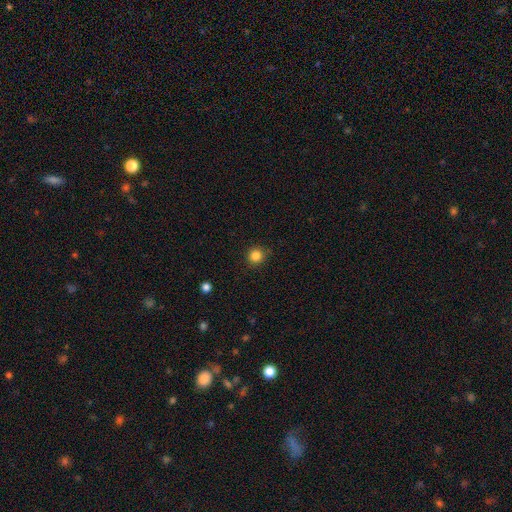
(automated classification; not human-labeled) Morphology: type=smooth (84%); roundness=round (94%); merging=none (89%).